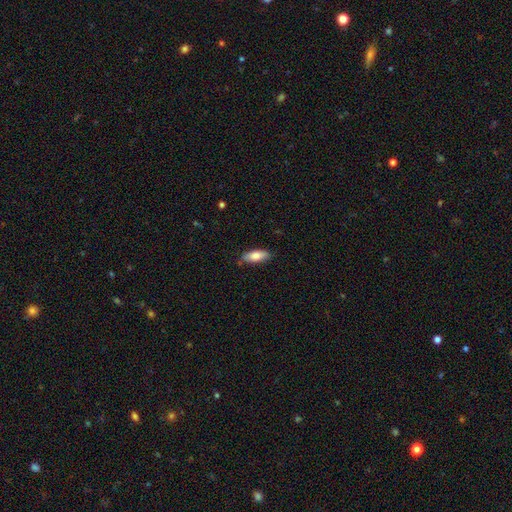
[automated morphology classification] type=smooth (80%); roundness=in between (75%); merging=none (79%).